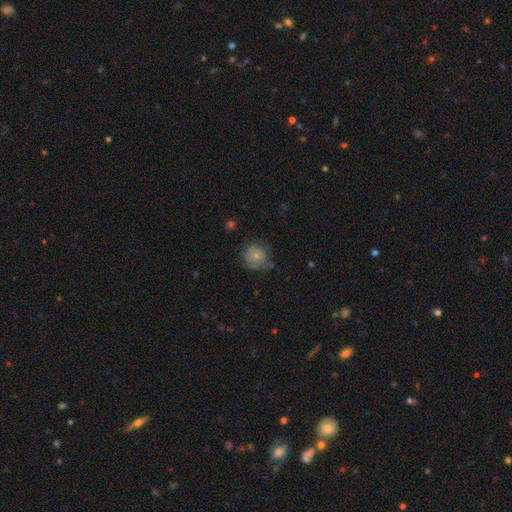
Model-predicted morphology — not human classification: This appears to be a smooth galaxy with no disk features (65%) that is round (83%). Merging: none (58%).